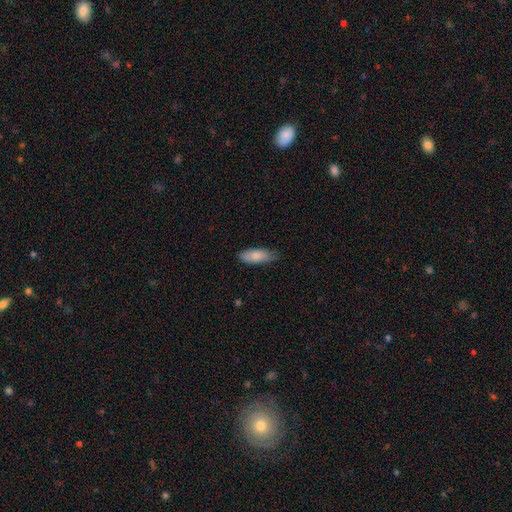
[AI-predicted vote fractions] Smooth or featured?
  - smooth: 82% *
  - featured or disk: 12%
  - star or artifact: 6%
How rounded?
  - in between: 73% *
  - cigar-shaped: 25%
  - round: 2%
Merging?
  - none: 70% *
  - minor disturbance: 25%
  - major disturbance: 3%
  - merger: 1%